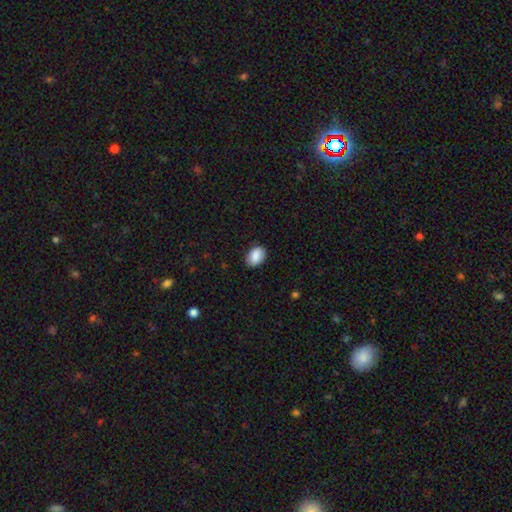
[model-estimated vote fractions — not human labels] Smooth or featured?
  - smooth: 89% *
  - star or artifact: 7%
  - featured or disk: 4%
How rounded?
  - in between: 81% *
  - round: 17%
  - cigar-shaped: 1%
Merging?
  - none: 86% *
  - minor disturbance: 11%
  - major disturbance: 2%
  - merger: 1%